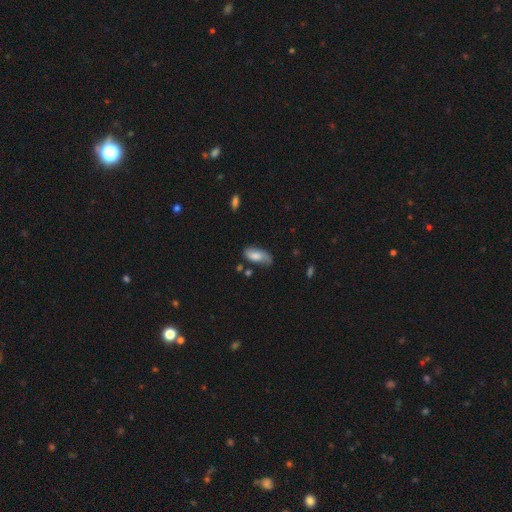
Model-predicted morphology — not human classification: Smooth or featured? Predicted: smooth (p=0.67). How rounded? Predicted: in between (p=0.87). Merging? Predicted: none (p=0.51).